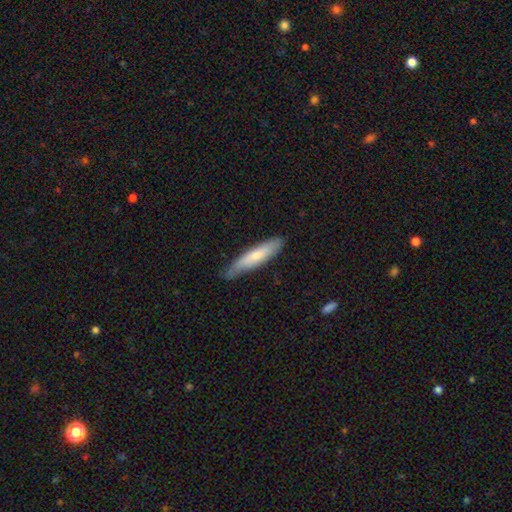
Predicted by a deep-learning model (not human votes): Q: Smooth or featured?
A: smooth (68%); runner-up: featured or disk (26%)
Q: How rounded?
A: cigar-shaped (83%); runner-up: in between (16%)
Q: Merging?
A: none (76%); runner-up: minor disturbance (20%)